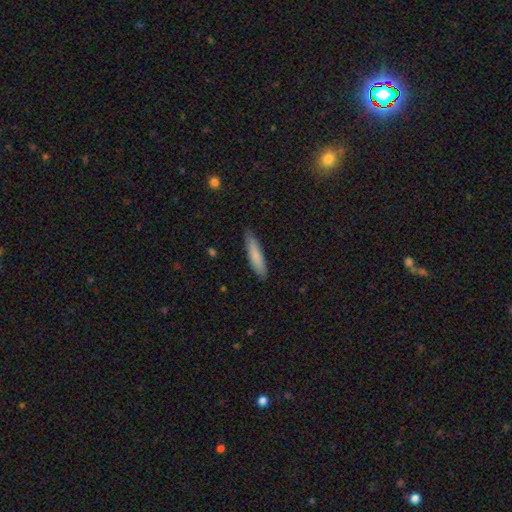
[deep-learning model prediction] Q: Smooth or featured?
A: smooth (80%); runner-up: featured or disk (14%)
Q: How rounded?
A: cigar-shaped (84%); runner-up: in between (15%)
Q: Merging?
A: none (86%); runner-up: minor disturbance (11%)